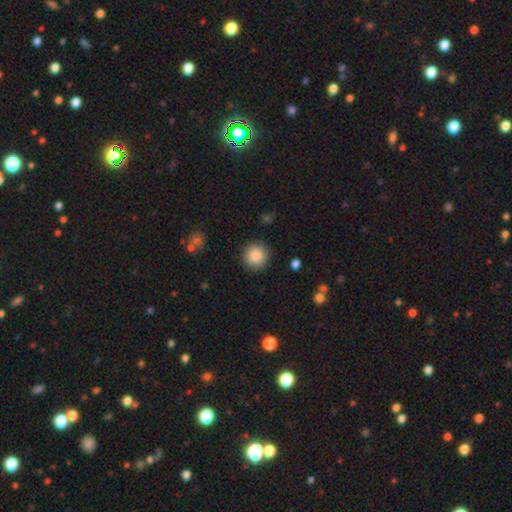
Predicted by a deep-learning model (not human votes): Overall: smooth (87%). How rounded: round (95%). Merging: none (91%).